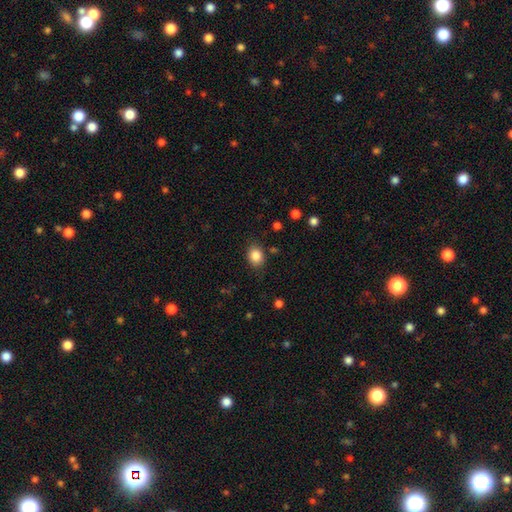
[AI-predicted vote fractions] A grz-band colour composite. It shows a smooth galaxy with no disk features (85%) that is round (52%). Merging: none (84%).